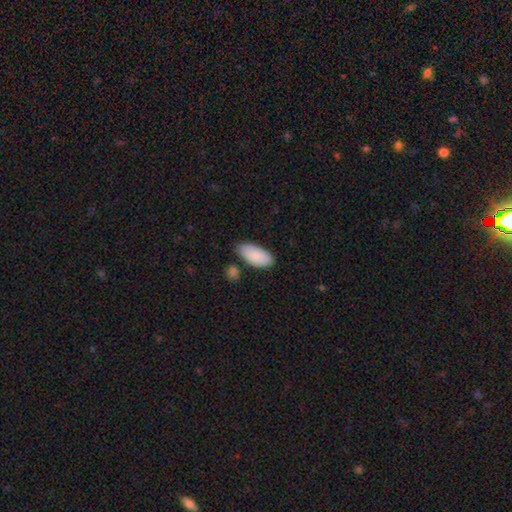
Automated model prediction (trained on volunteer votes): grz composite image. It shows a smooth galaxy with no disk features (88%) that is in between round and cigar-shaped (92%). Merging: none (75%).